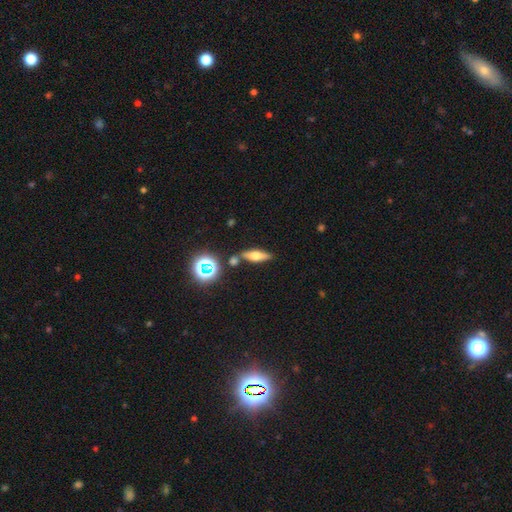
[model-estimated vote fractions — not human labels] Smooth or featured: smooth — 44% (featured or disk — 41%)
Merging: none — 75% (minor disturbance — 11%)